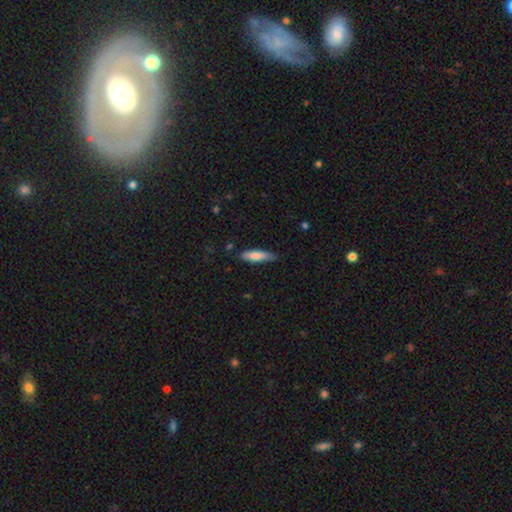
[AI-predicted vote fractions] A smooth galaxy with no disk features (78%) that is cigar-shaped (66%).

Vote fractions:
- Smooth or featured? smooth: 78% / featured or disk: 17% / star or artifact: 6%
- How rounded? cigar-shaped: 66% / in between: 32% / round: 1%
- Merging? none: 72% / minor disturbance: 23% / major disturbance: 3% / merger: 2%